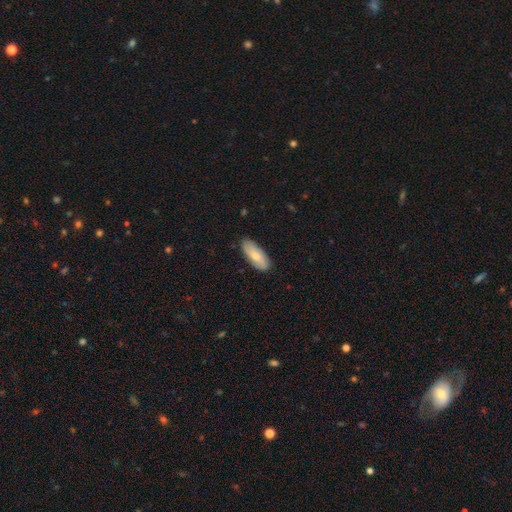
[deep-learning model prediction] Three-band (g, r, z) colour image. It shows a smooth galaxy with no disk features (70%) that is in between round and cigar-shaped (81%). Merging: none (86%).